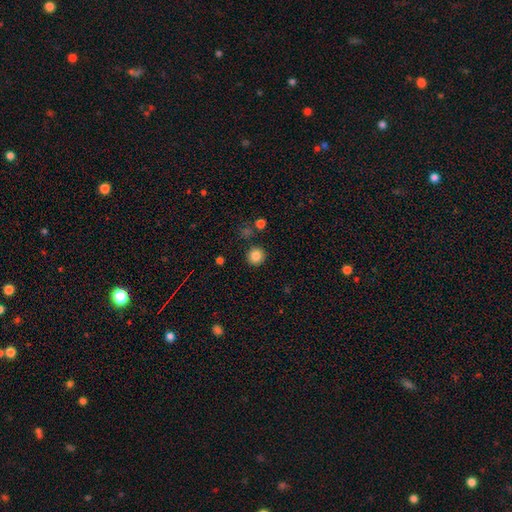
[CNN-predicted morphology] A smooth galaxy with no disk features (85%) that is round (94%). Merging: none (90%).